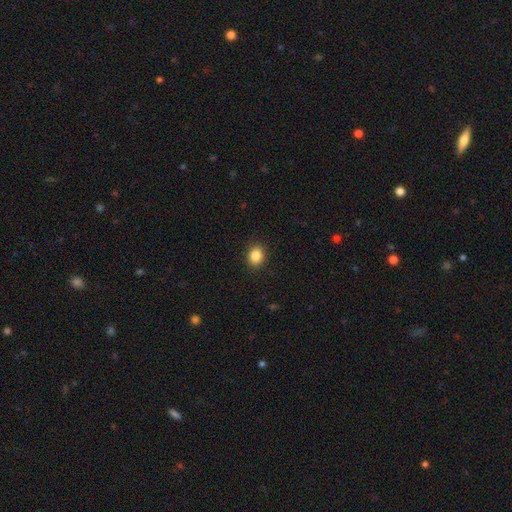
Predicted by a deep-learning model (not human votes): Smooth or featured? Predicted: smooth (p=0.87). How rounded? Predicted: round (p=0.51). Merging? Predicted: none (p=0.90).